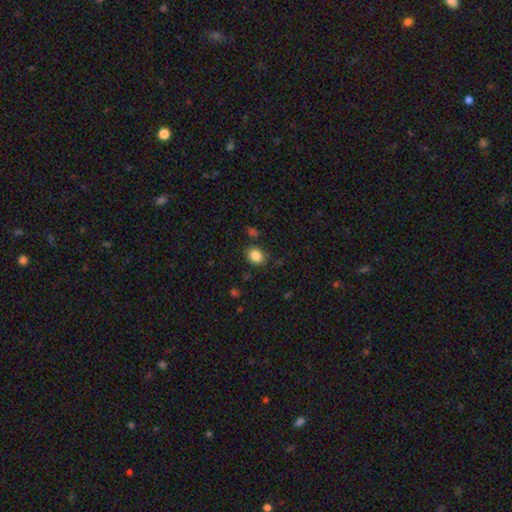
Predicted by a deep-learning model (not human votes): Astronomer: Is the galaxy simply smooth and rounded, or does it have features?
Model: smooth — 86%.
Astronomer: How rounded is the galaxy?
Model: round — 51% (runner-up: in between, 48%).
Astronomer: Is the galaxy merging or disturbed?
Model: none — 83%.